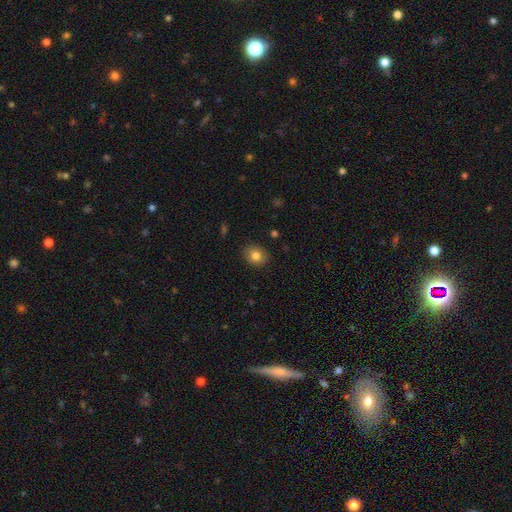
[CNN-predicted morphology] smooth_or_featured: smooth (p=0.82) [alt: star or artifact p=0.10]
how_rounded: round (p=0.61) [alt: in between p=0.38]
merging: none (p=0.88) [alt: minor disturbance p=0.08]